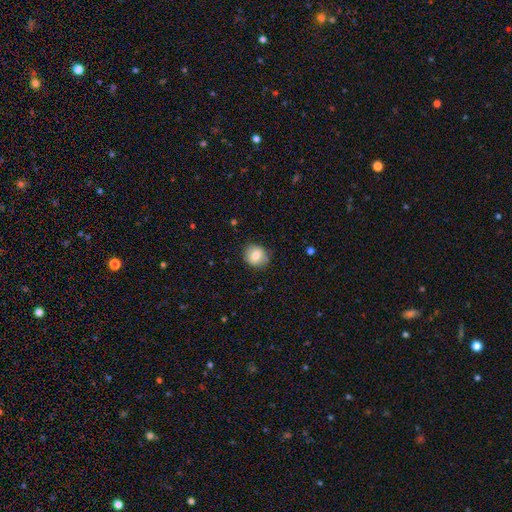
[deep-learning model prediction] smooth_or_featured: smooth (p=0.79) [alt: featured or disk p=0.12]
how_rounded: round (p=0.82) [alt: in between p=0.17]
merging: none (p=0.83) [alt: minor disturbance p=0.12]